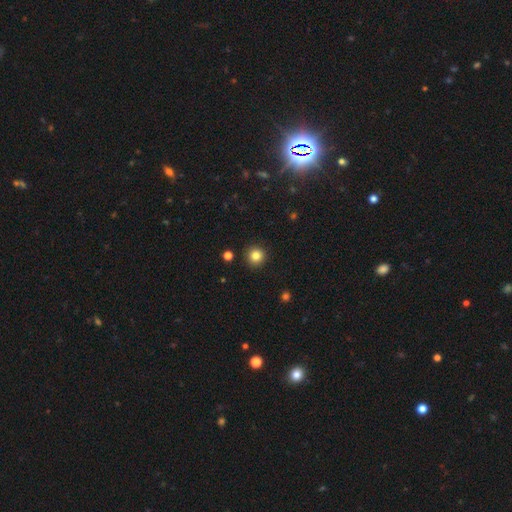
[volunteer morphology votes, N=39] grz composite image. It shows a smooth galaxy with no disk features (79%) that is round (100%). Merging: none (89%).